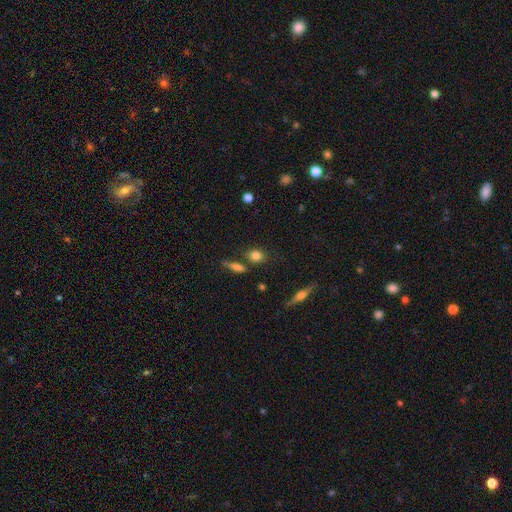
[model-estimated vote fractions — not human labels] Smooth or featured? Predicted: smooth (p=0.81). How rounded? Predicted: round (p=0.56). Merging? Predicted: none (p=0.74).